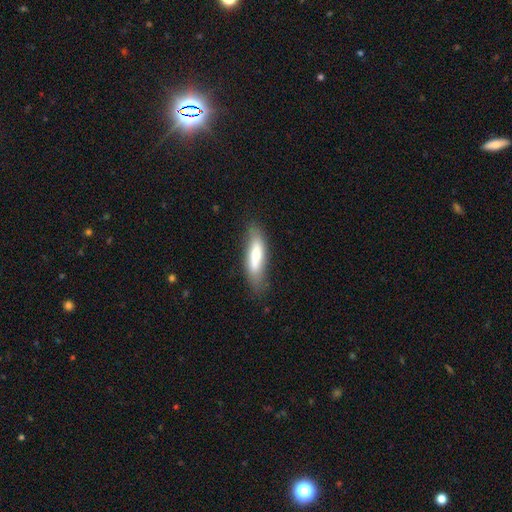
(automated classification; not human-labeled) The model was most divided on "how rounded": cigar-shaped: 62%, in between: 36%, round: 2%. More confident: merging — none (73%); smooth or featured — smooth (65%).